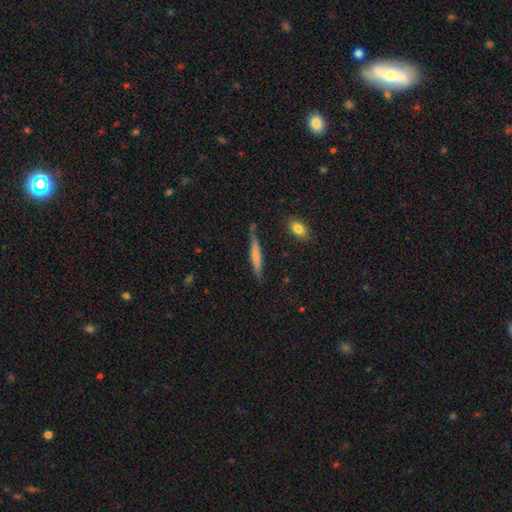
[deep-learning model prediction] Morphology: type=smooth (59%); roundness=cigar-shaped (91%); merging=none (78%).